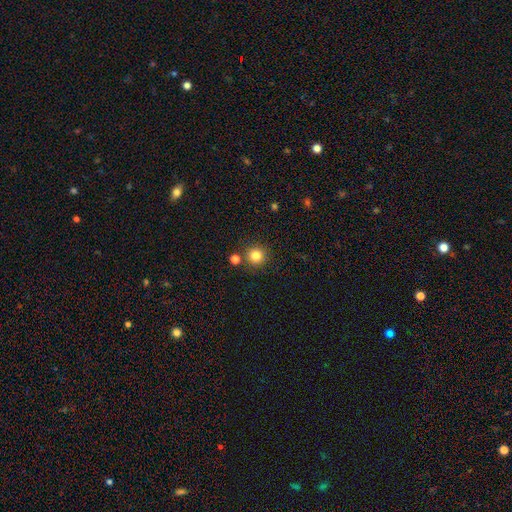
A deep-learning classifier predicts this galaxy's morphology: Overall: smooth (82%). How rounded: round (94%). Merging: none (83%).